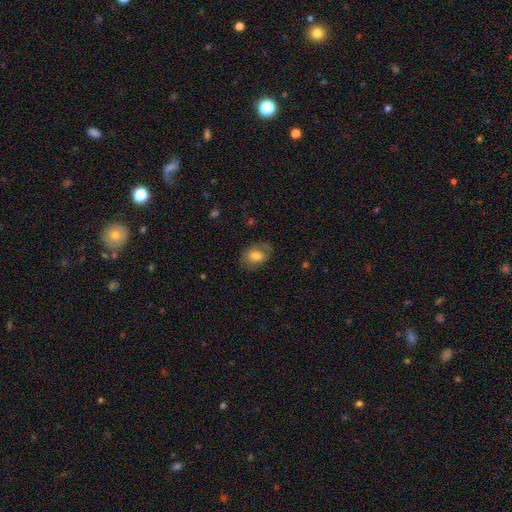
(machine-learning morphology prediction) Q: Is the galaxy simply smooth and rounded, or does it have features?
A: smooth — 71%.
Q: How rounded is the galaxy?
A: in between — 77%.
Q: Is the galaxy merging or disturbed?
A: none — 71%.